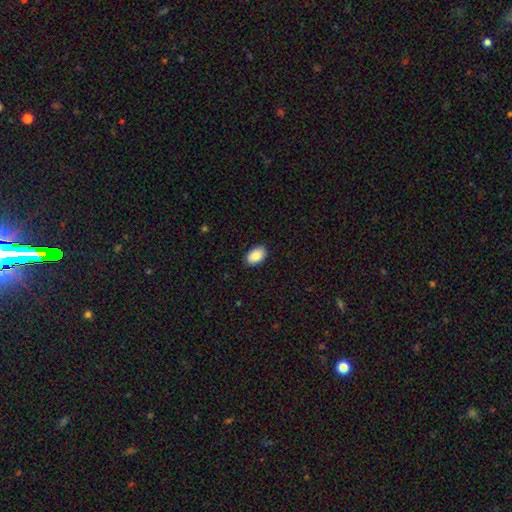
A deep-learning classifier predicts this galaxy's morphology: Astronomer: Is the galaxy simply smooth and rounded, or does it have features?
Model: smooth — 89%.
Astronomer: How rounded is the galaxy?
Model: in between — 91%.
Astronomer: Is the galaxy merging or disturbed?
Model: none — 89%.